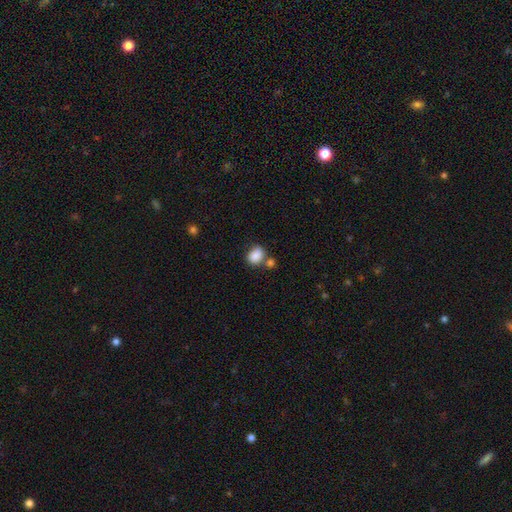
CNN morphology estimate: Q: Smooth or featured?
A: smooth (86%); runner-up: star or artifact (8%)
Q: How rounded?
A: in between (56%); runner-up: round (42%)
Q: Merging?
A: none (53%); runner-up: merger (25%)